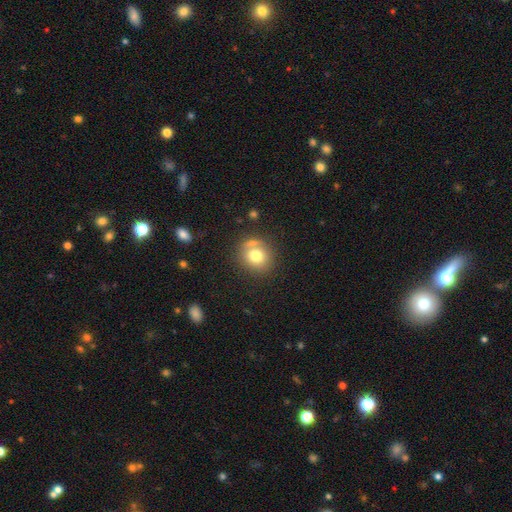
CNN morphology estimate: This appears to be a smooth galaxy with no disk features (75%) that is round (82%). Merging: none (65%).